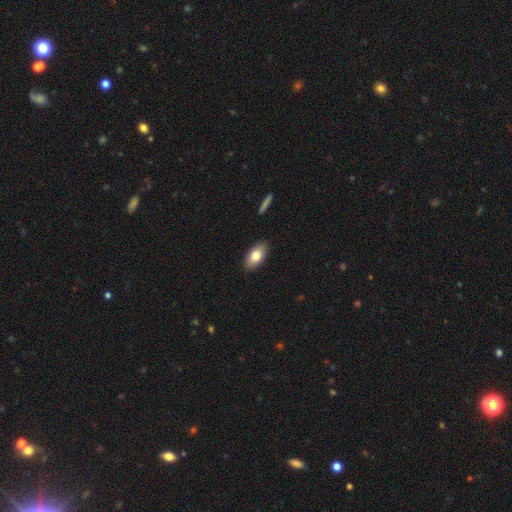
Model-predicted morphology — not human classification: Smooth or featured?
  - smooth: 78% *
  - featured or disk: 15%
  - star or artifact: 7%
How rounded?
  - in between: 91% *
  - cigar-shaped: 5%
  - round: 4%
Merging?
  - none: 89% *
  - minor disturbance: 8%
  - major disturbance: 2%
  - merger: 1%